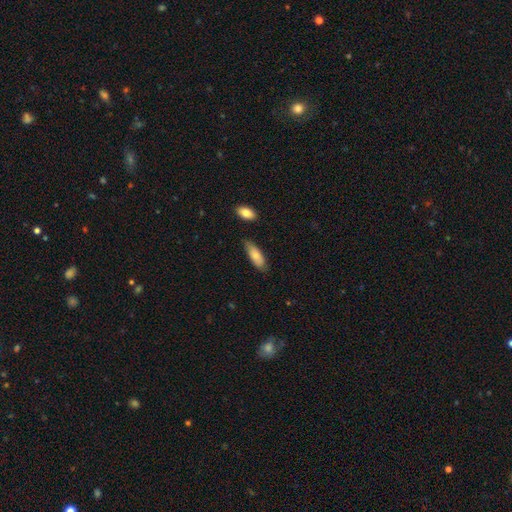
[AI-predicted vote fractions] Smooth or featured?
  - smooth: 78% *
  - featured or disk: 16%
  - star or artifact: 6%
How rounded?
  - in between: 67% *
  - cigar-shaped: 31%
  - round: 2%
Merging?
  - none: 75% *
  - minor disturbance: 19%
  - major disturbance: 3%
  - merger: 3%